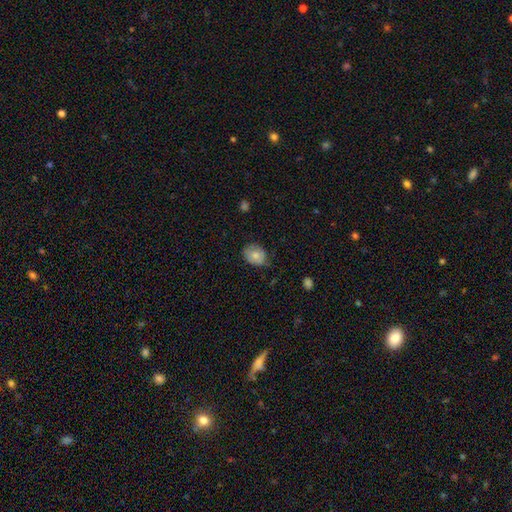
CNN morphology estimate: type=smooth (79%); roundness=in between (57%); merging=none (70%).